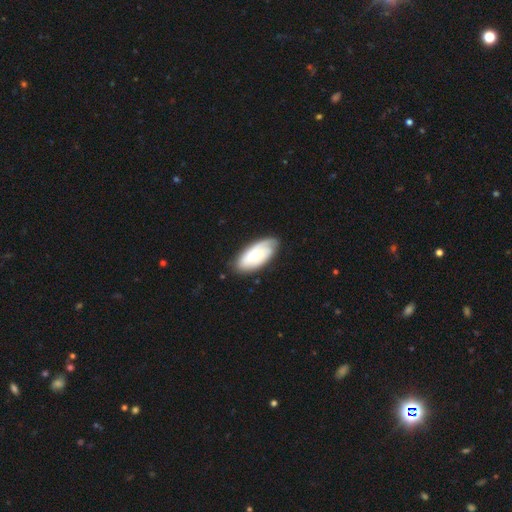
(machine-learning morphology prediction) smooth-or-featured: featured or disk: 50% | smooth: 44% | star or artifact: 5%
  disk-edge-on: no: 88% | yes: 12%
  merging: none: 77% | minor disturbance: 18% | major disturbance: 4% | merger: 1%